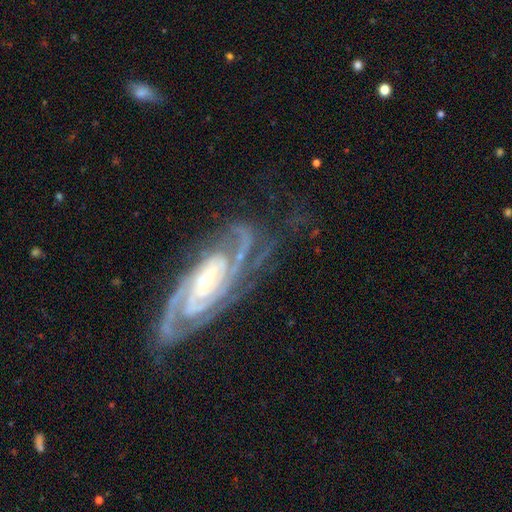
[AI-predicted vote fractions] This is clearly a featured or disk galaxy (90%). It is clearly not viewed edge-on (92%). Bar: marginally no (40%). Spiral arm pattern: clearly yes (98%). Spiral arm count: marginally 2 (38%). Spiral winding: likely tight (62%). Central bulge: possibly small (48%). Merging: likely none (76%).